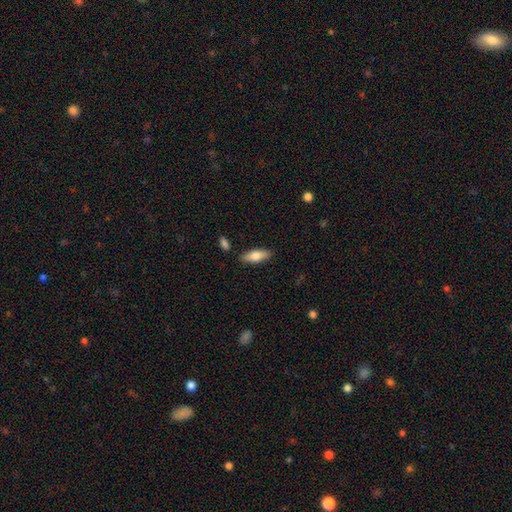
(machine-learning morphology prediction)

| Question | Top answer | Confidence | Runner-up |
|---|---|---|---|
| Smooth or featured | smooth | 73% | featured or disk (22%) |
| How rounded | in between | 67% | cigar-shaped (31%) |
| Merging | none | 85% | minor disturbance (10%) |